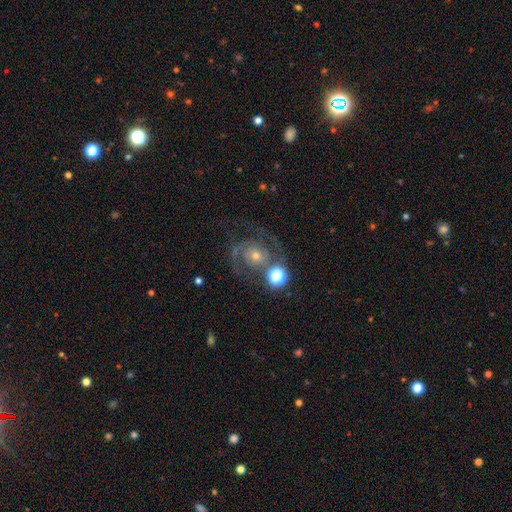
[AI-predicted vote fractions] Overall: featured or disk (83%). Edge-on disk: no (98%). Bar: no (73%). Spiral arms: yes (96%). Spiral arm count: 2 (81%). Spiral winding: medium (49%; tight 37%). Bulge size: small (47%; moderate 45%). Merging: none (63%).